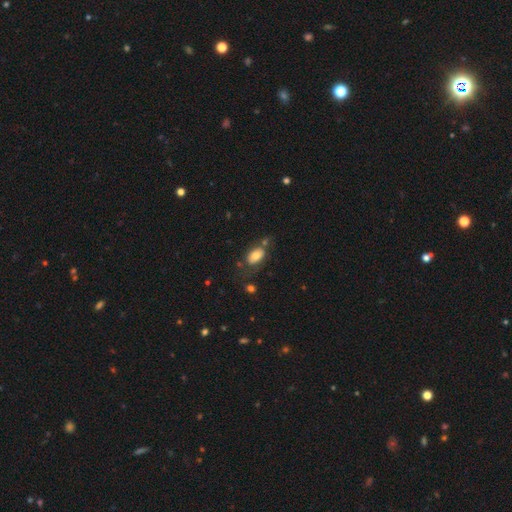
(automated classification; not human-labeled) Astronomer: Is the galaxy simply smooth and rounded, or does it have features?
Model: smooth — 72%.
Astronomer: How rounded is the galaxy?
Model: in between — 90%.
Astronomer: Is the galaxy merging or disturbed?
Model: none — 55%.